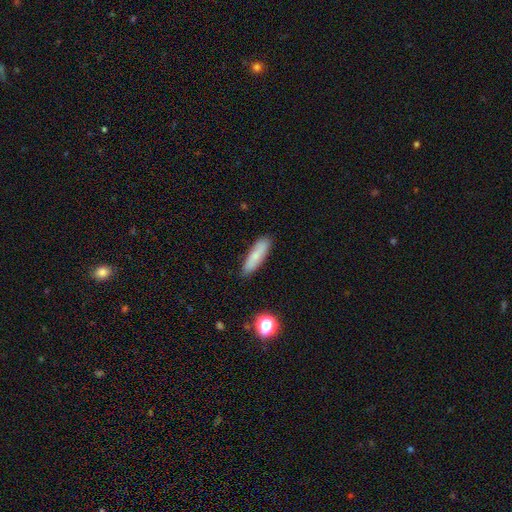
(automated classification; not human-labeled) Overall: smooth (74%). How rounded: cigar-shaped (64%; in between 34%). Merging: none (85%).